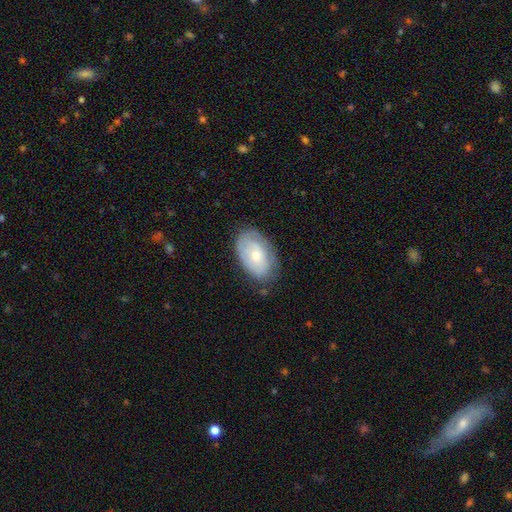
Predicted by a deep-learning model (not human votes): A smooth galaxy with no disk features (50%). Merging: none (71%).